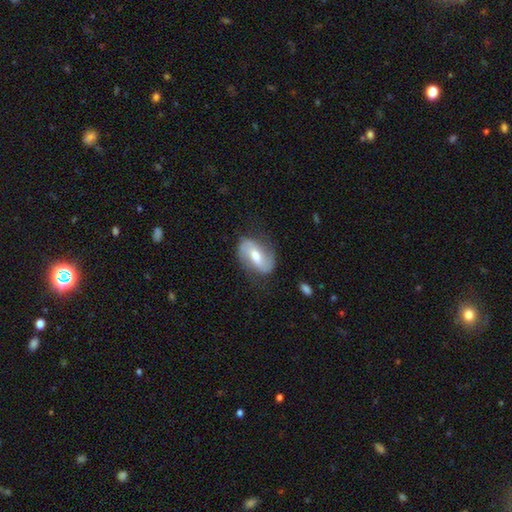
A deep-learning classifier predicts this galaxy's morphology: Overall: featured or disk (71%). Edge-on disk: no (95%). Bar: weak (44%; strong 33%). Spiral arms: yes (89%). Spiral arm count: 2 (89%). Spiral winding: loose (50%; medium 35%). Bulge size: moderate (68%). Merging: none (74%).